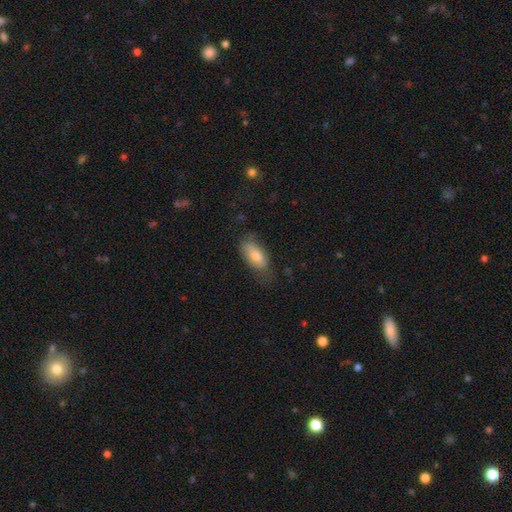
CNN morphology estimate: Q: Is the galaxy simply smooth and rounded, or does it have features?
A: smooth — 77%.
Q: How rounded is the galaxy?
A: in between — 87%.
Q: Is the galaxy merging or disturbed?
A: none — 60%.